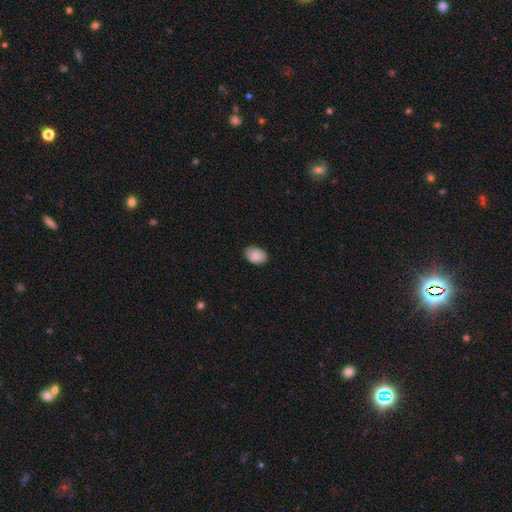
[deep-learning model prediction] Overall: smooth (88%). How rounded: in between (82%). Merging: none (83%).